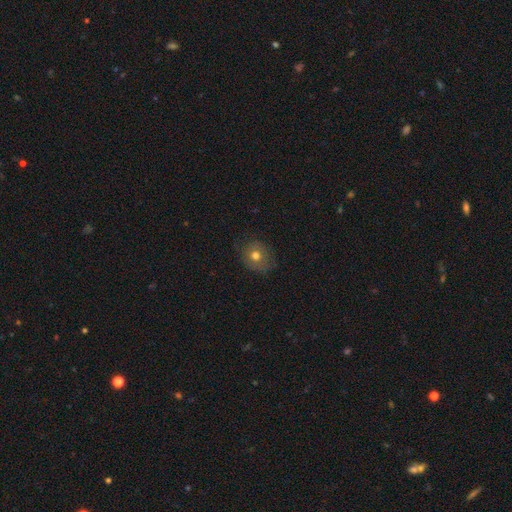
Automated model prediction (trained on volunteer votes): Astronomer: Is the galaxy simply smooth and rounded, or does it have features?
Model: smooth — 69%.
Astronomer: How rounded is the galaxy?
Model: round — 72%.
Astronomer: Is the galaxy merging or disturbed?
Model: none — 79%.